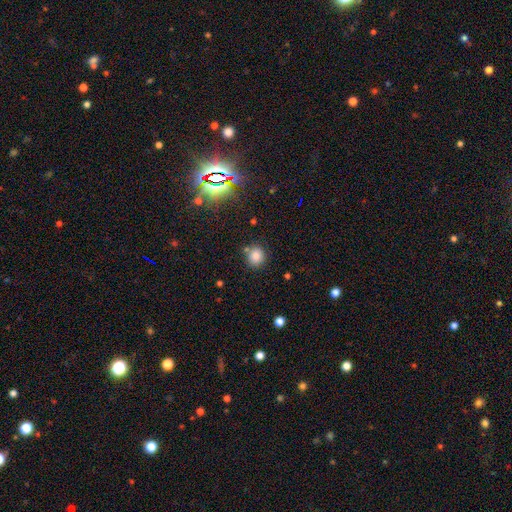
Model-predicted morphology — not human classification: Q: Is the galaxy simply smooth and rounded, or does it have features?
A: smooth — 81%.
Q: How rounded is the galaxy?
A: round — 79%.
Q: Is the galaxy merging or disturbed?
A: none — 77%.